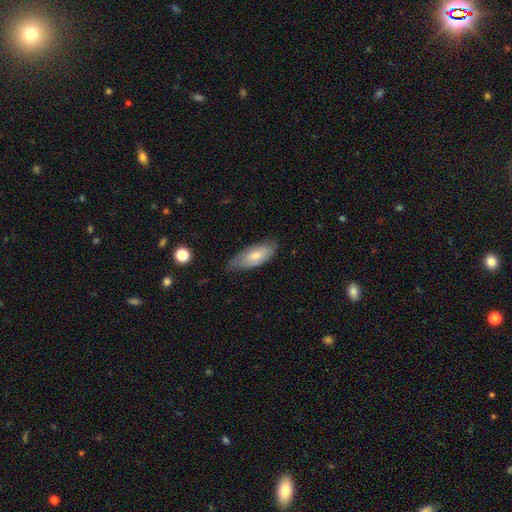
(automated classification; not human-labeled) Morphology: type=smooth (71%); roundness=in between (84%); merging=none (64%).